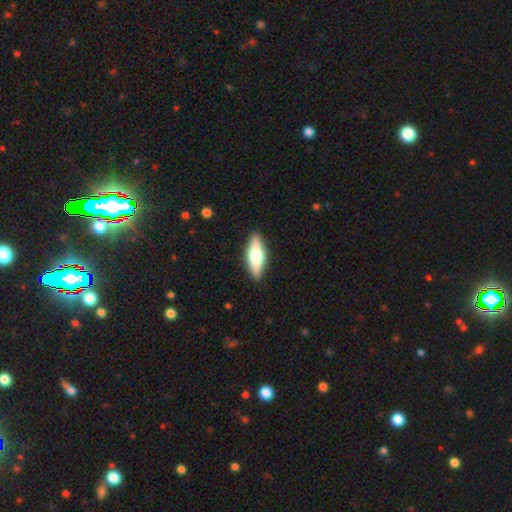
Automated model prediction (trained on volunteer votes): Overall: smooth (49%; featured or disk 45%). Merging: none (90%).